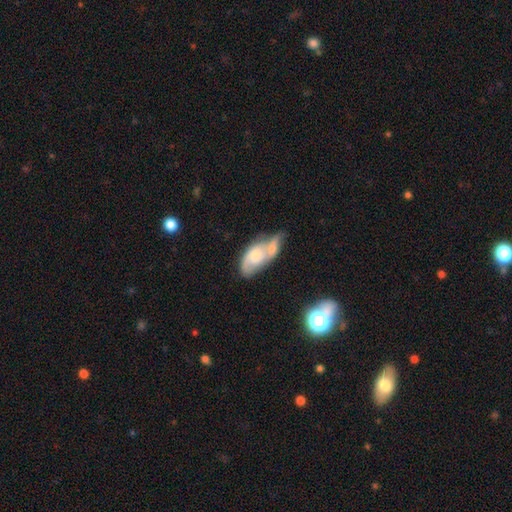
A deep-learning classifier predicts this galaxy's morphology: This is possibly a featured or disk galaxy (52%). It is clearly not viewed edge-on (92%). Merging: likely merger (60%).